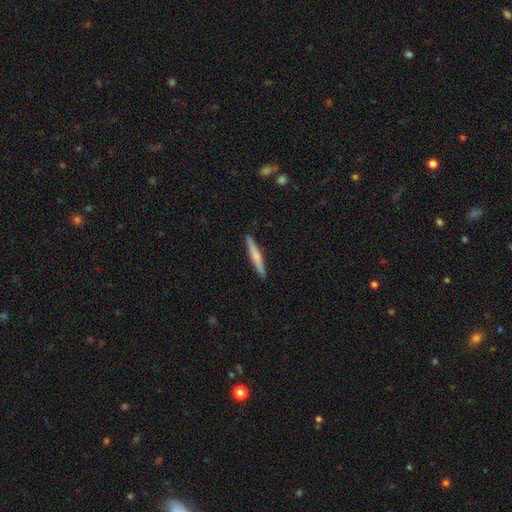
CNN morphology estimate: Smooth or featured? Predicted: smooth (p=0.61). How rounded? Predicted: cigar-shaped (p=0.95). Merging? Predicted: none (p=0.91).